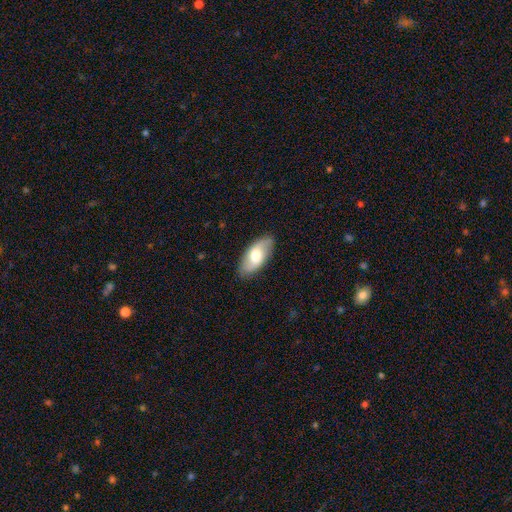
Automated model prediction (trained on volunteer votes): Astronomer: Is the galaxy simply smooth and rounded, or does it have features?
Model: smooth — 59% (runner-up: featured or disk, 35%).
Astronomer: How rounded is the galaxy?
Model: in between — 89%.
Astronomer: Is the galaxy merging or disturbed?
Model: none — 85%.